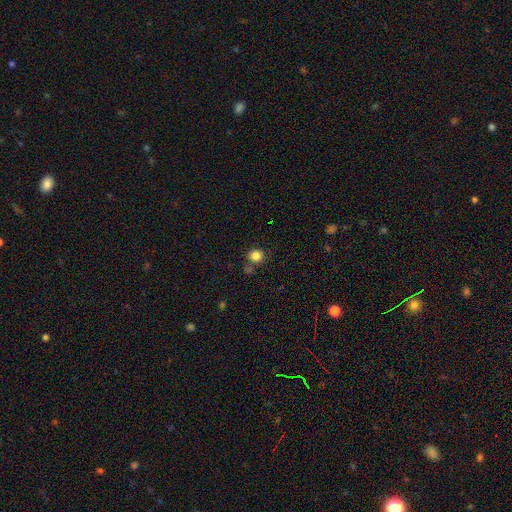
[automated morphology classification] Smooth or featured? smooth (84%)
How rounded? round (86%)
Merging? none (74%)